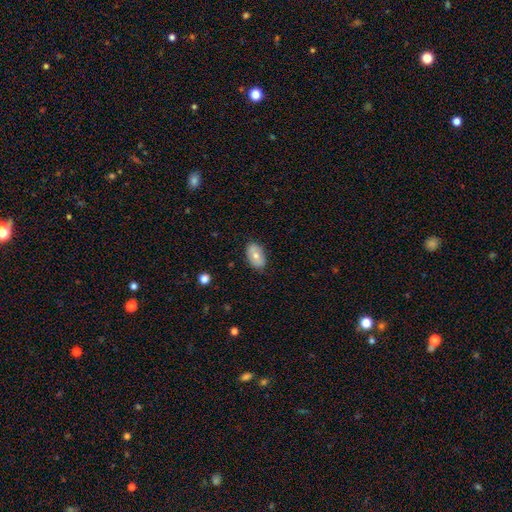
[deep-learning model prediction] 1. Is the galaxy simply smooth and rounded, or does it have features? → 68% smooth, 25% featured or disk, 7% star or artifact.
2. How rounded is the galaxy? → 90% in between, 9% round, 1% cigar-shaped.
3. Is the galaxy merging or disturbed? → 83% none, 14% minor disturbance, 3% major disturbance, 1% merger.